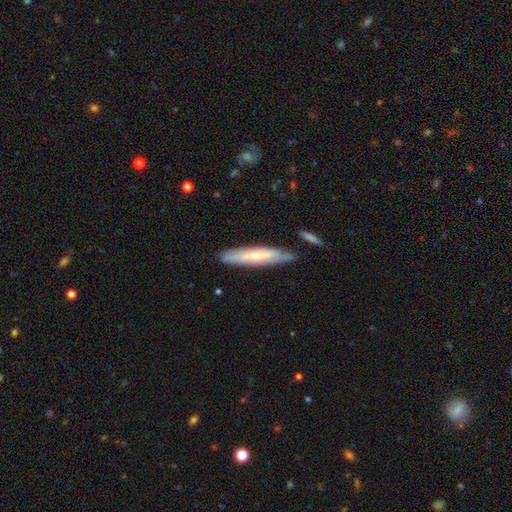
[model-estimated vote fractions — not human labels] smooth-or-featured: featured or disk: 56% | smooth: 38% | star or artifact: 6%
  disk-edge-on: yes: 62% | no: 38%
  merging: none: 75% | minor disturbance: 17% | merger: 4% | major disturbance: 3%